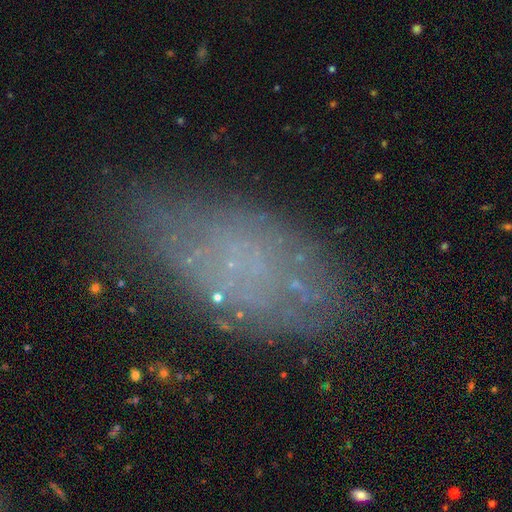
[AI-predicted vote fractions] The model was most divided on "smooth or featured": featured or disk: 40%, smooth: 39%, star or artifact: 21%. More confident: merging — none (61%).